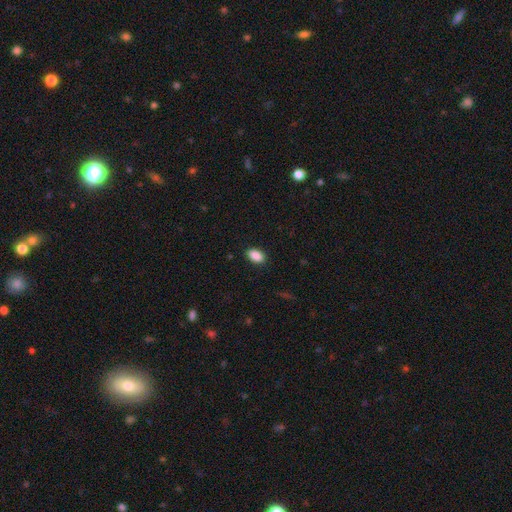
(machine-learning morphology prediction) Smooth or featured?
  - smooth: 89% *
  - star or artifact: 8%
  - featured or disk: 3%
How rounded?
  - in between: 89% *
  - round: 9%
  - cigar-shaped: 1%
Merging?
  - none: 88% *
  - minor disturbance: 8%
  - major disturbance: 2%
  - merger: 1%